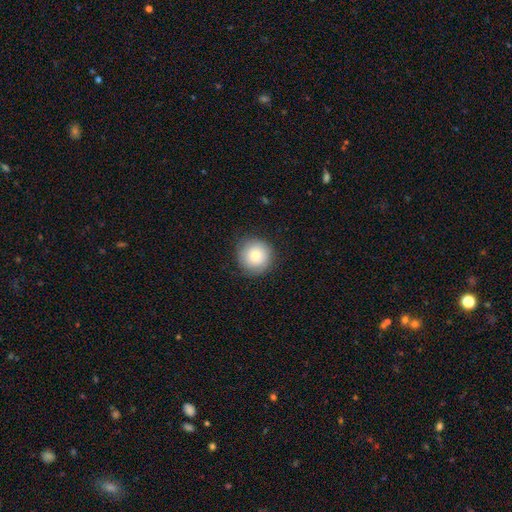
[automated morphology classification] type=smooth (78%); roundness=round (95%); merging=none (86%).